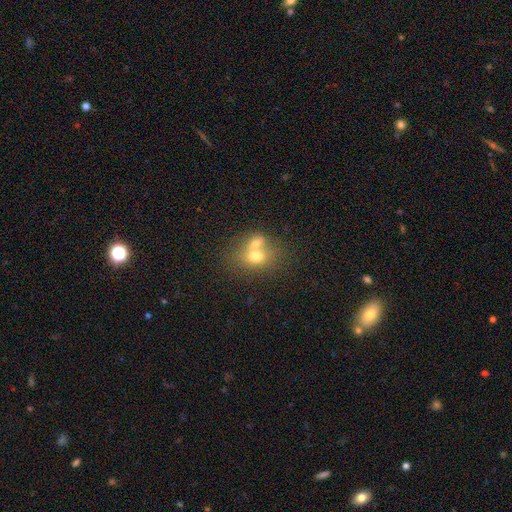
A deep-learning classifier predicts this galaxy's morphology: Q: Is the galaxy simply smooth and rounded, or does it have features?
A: smooth — 66%.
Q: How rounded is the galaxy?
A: round — 55%.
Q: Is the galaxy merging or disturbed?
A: merger — 62%.